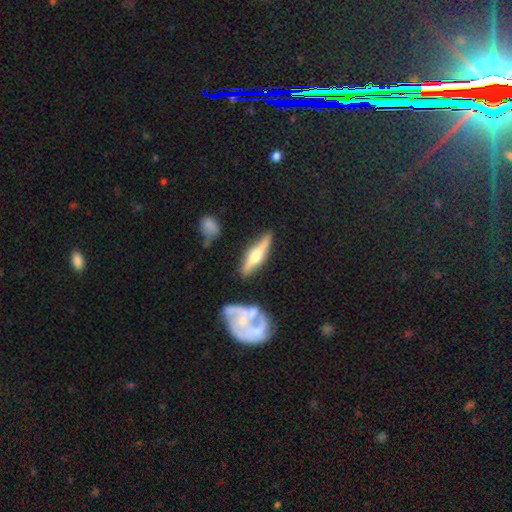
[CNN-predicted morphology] Smooth or featured? featured or disk (69%)
Edge-on disk? yes (94%)
Edge-on bulge? rounded (93%)
Merging? none (80%)